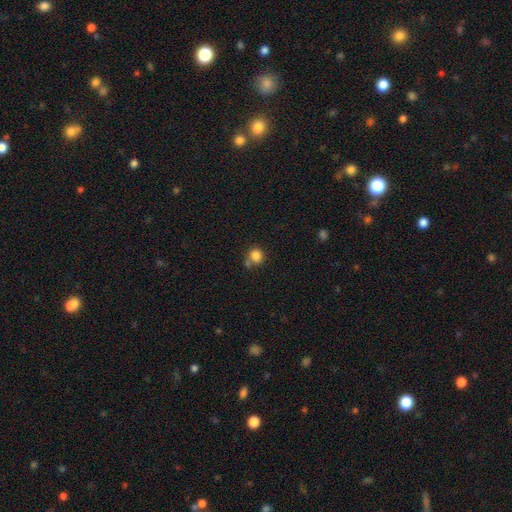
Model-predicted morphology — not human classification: Smooth or featured? Predicted: smooth (p=0.83). How rounded? Predicted: round (p=0.83). Merging? Predicted: none (p=0.61).